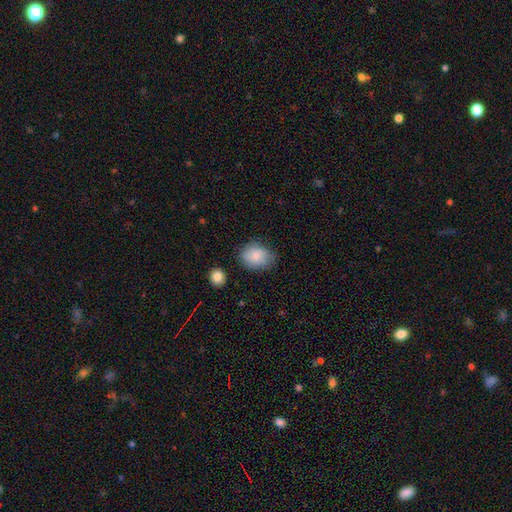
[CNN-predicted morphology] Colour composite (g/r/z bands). It shows a smooth galaxy with no disk features (85%) that is in between round and cigar-shaped (59%). Merging: none (71%).